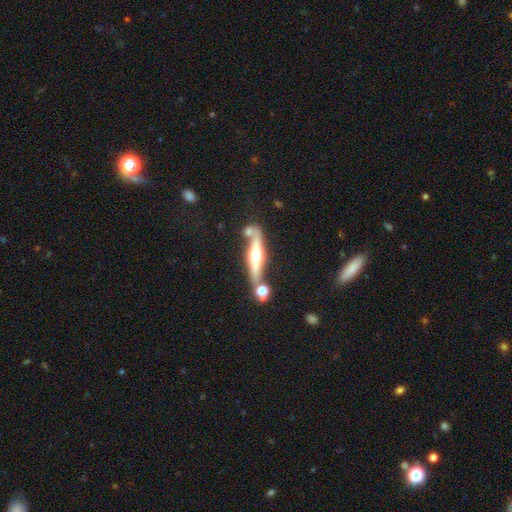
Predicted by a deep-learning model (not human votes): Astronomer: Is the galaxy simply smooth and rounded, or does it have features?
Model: featured or disk — 67%.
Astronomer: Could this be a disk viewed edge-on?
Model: yes — 92%.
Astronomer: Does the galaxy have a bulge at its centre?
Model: rounded — 93%.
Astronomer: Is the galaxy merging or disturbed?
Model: none — 61%.